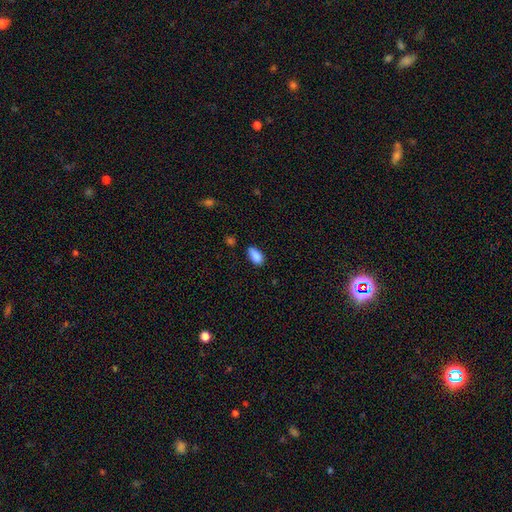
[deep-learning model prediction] The model was most divided on "merging": none: 72%, minor disturbance: 22%, major disturbance: 4%, merger: 2%. More confident: how rounded — in between (91%); smooth or featured — smooth (88%).